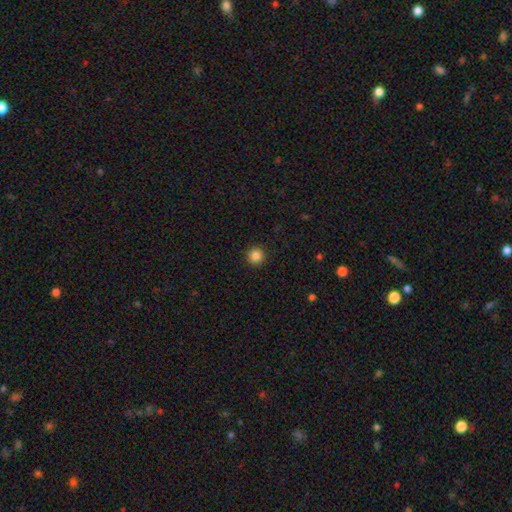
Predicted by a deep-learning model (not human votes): Overall: smooth (86%). How rounded: round (96%). Merging: none (93%).